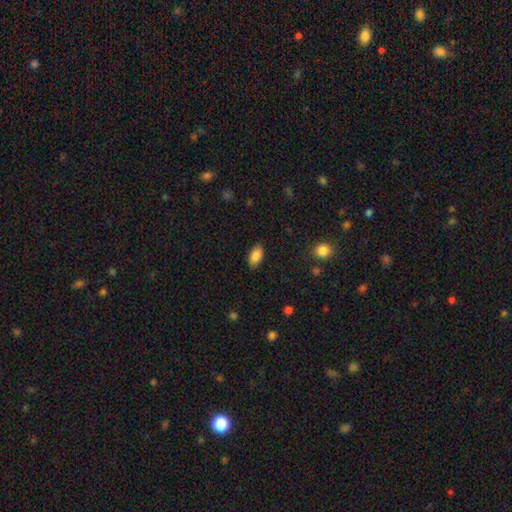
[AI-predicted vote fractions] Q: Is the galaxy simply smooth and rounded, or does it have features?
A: smooth — 87%.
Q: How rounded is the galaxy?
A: in between — 93%.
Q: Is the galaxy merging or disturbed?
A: none — 87%.